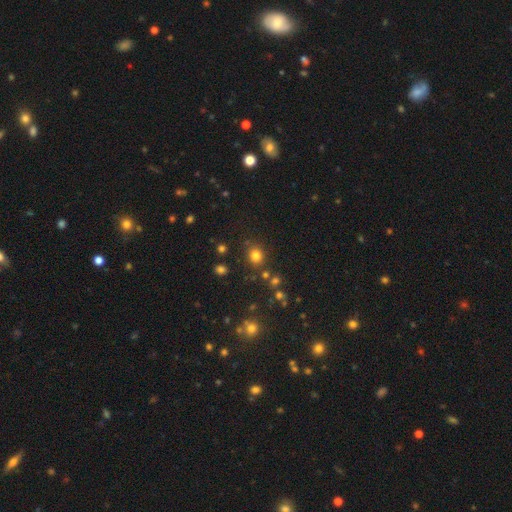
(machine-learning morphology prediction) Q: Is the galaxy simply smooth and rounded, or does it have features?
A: smooth — 79%.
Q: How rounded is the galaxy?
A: round — 79%.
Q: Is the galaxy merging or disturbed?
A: none — 81%.